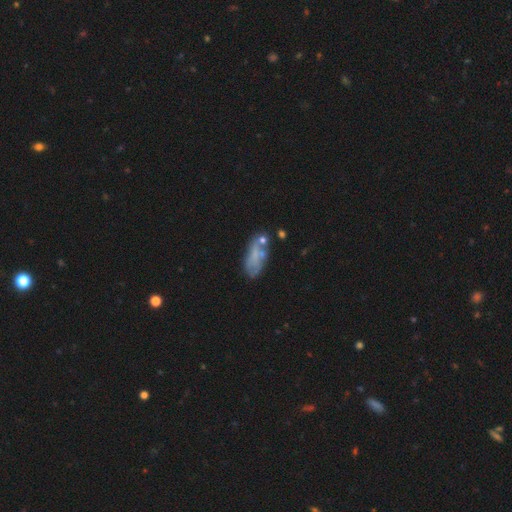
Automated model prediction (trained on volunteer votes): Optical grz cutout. It shows a smooth galaxy with no disk features (46%). Merging: none (46%).